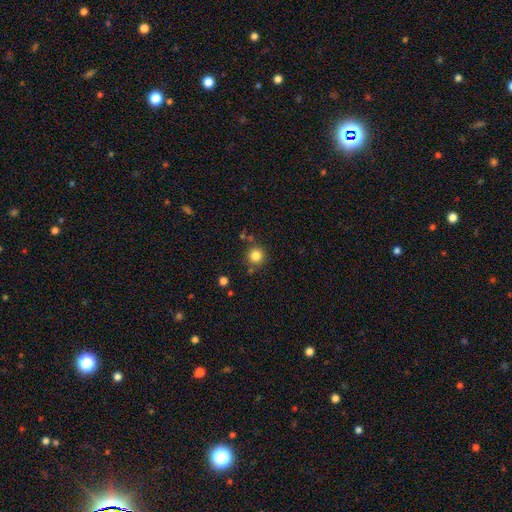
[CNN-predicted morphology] A smooth galaxy with no disk features (83%) that is round (94%). Merging: none (81%).